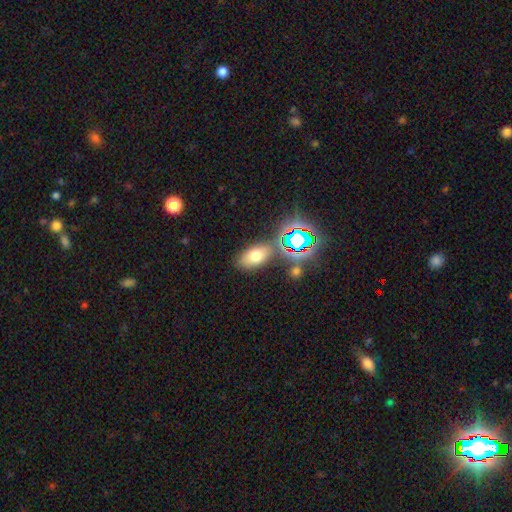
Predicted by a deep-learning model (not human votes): Morphology: type=smooth (63%); roundness=in between (85%); merging=none (77%).